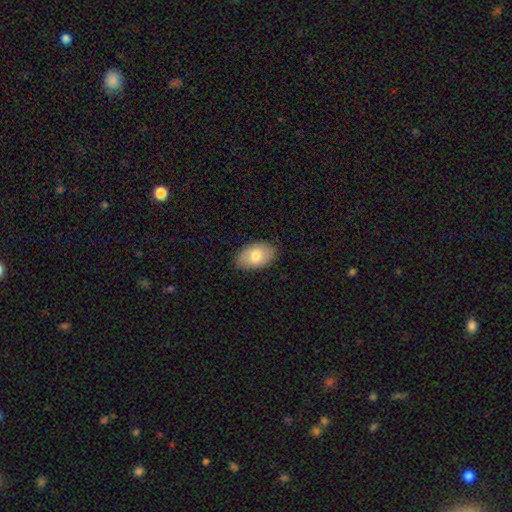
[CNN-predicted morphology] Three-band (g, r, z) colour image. It shows a smooth galaxy with no disk features (74%) that is in between round and cigar-shaped (90%). Merging: none (85%).